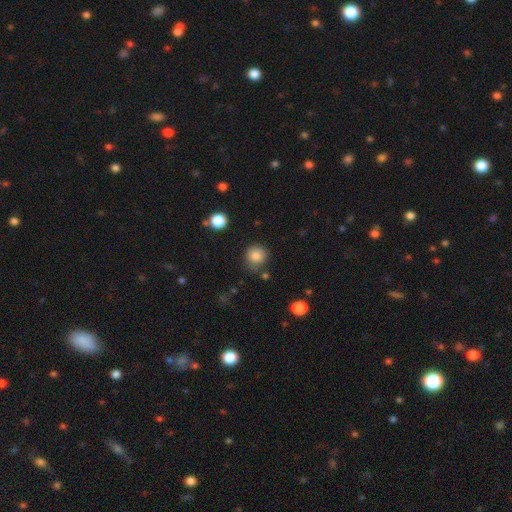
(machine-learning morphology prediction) Smooth or featured? Predicted: smooth (p=0.84). How rounded? Predicted: round (p=0.90). Merging? Predicted: none (p=0.76).